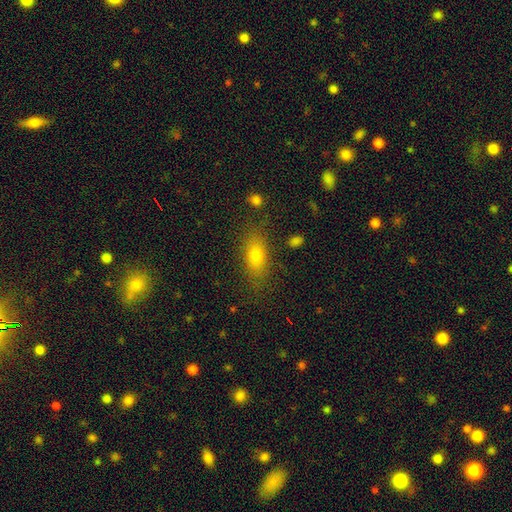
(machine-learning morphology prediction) type=smooth (75%); roundness=in between (75%); merging=none (79%).